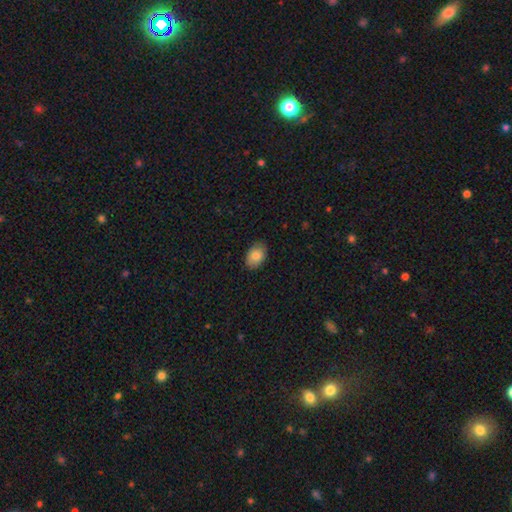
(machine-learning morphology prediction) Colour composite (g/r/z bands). It shows a smooth galaxy with no disk features (84%) that is in between round and cigar-shaped (86%). Merging: none (84%).